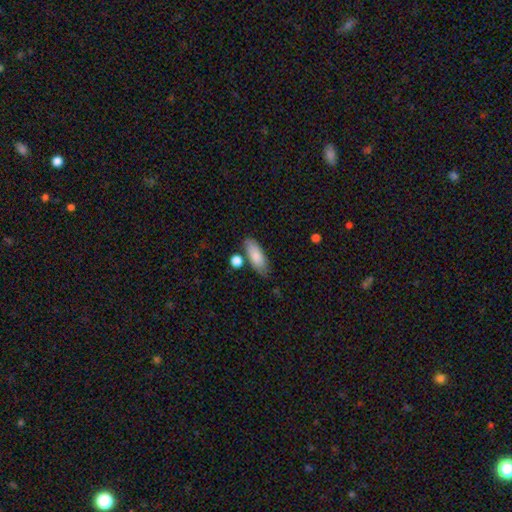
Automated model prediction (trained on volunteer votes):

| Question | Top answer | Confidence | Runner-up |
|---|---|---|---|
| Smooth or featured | smooth | 83% | featured or disk (11%) |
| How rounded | in between | 79% | cigar-shaped (19%) |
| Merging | none | 69% | minor disturbance (18%) |